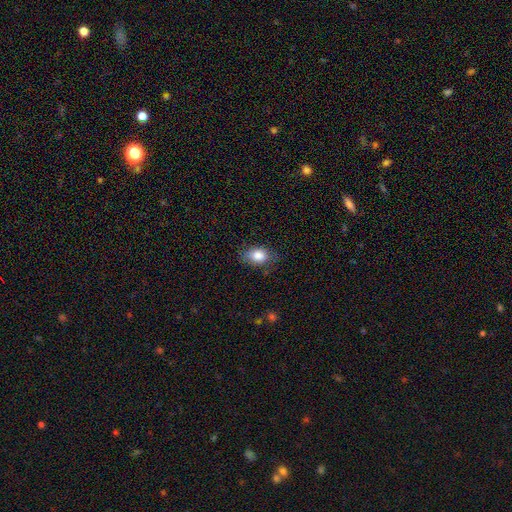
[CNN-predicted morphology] The model was most divided on "merging": none: 76%, minor disturbance: 18%, major disturbance: 4%, merger: 1%. More confident: smooth or featured — smooth (85%); how rounded — in between (82%).